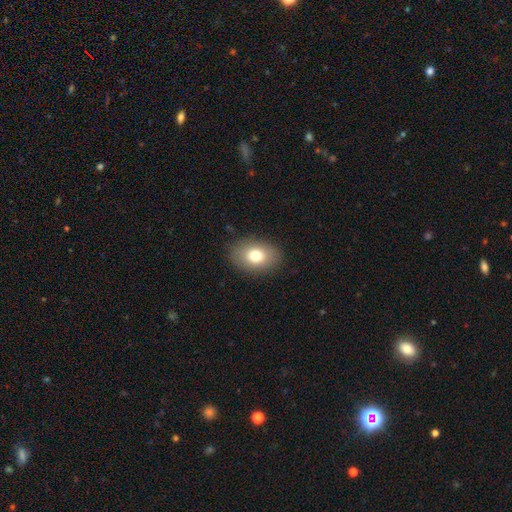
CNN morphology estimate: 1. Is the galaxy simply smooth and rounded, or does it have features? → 76% smooth, 15% featured or disk, 9% star or artifact.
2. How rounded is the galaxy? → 79% in between, 20% round, 1% cigar-shaped.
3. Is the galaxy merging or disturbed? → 86% none, 10% minor disturbance, 3% major disturbance, 1% merger.